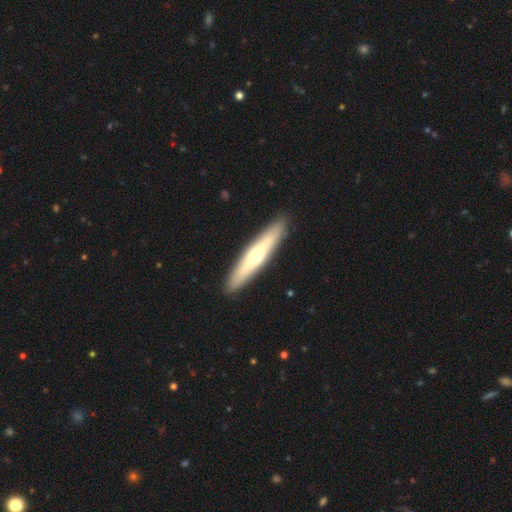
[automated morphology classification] smooth_or_featured: featured or disk (p=0.48) [alt: smooth p=0.47]
merging: none (p=0.92) [alt: minor disturbance p=0.06]